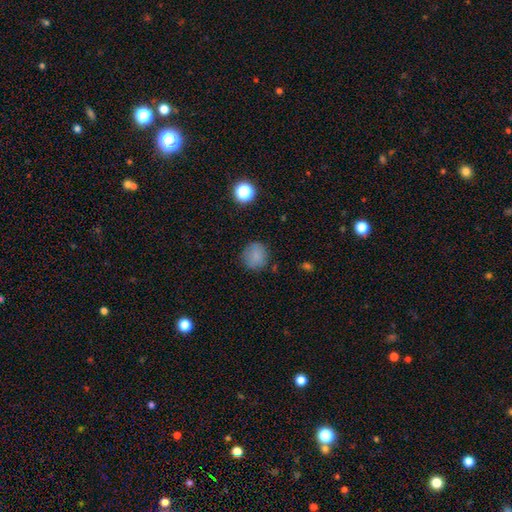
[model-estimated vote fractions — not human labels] smooth 81%, star or artifact 12%, featured or disk 7%. Down the decision tree: how rounded — round (85%); merging — none (81%).